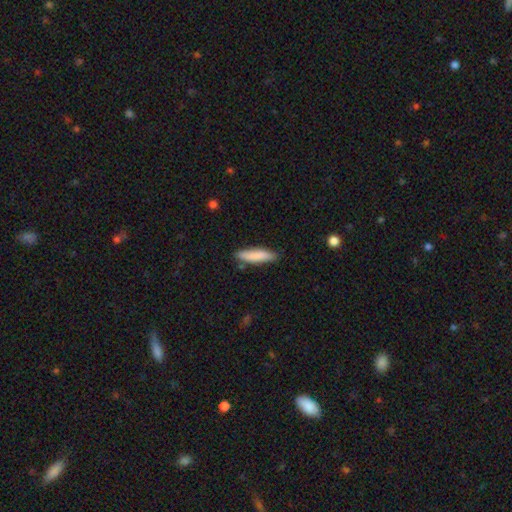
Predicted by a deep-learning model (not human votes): Overall: smooth (83%). How rounded: cigar-shaped (78%). Merging: none (83%).